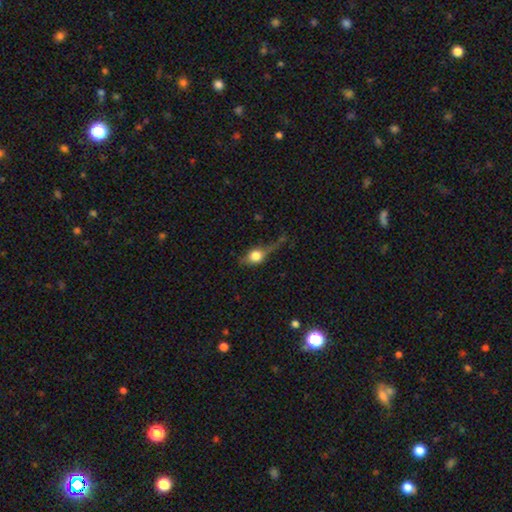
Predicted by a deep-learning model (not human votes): smooth 51%, featured or disk 36%, star or artifact 12%. Down the decision tree: how rounded — in between (49%); merging — none (46%).